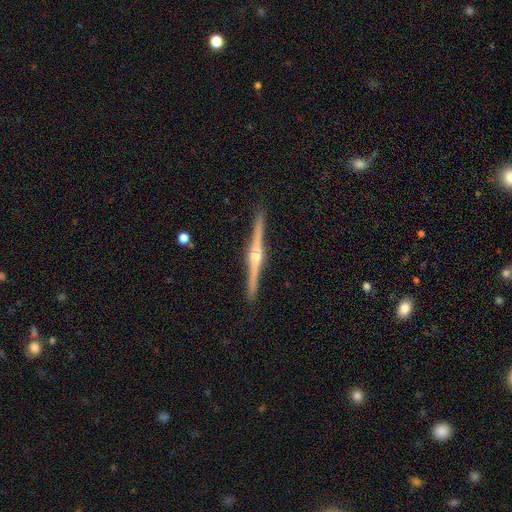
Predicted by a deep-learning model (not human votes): featured or disk 86%, smooth 9%, star or artifact 5%. Down the decision tree: edge-on disk — yes (99%); edge-on bulge — rounded (91%); merging — none (93%).